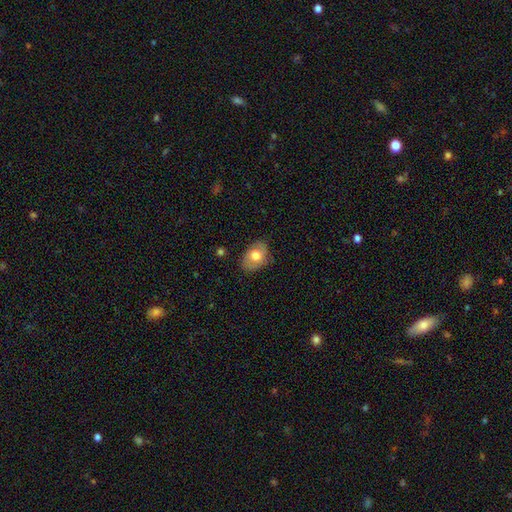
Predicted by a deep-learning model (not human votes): Q: Smooth or featured?
A: smooth (65%); runner-up: featured or disk (28%)
Q: How rounded?
A: in between (78%); runner-up: round (21%)
Q: Merging?
A: none (75%); runner-up: minor disturbance (19%)